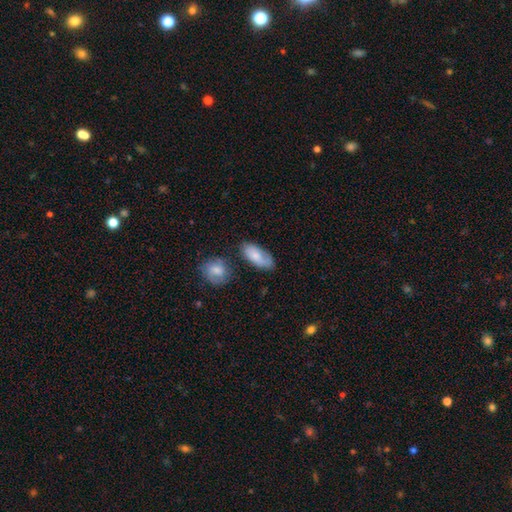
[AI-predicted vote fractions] This appears to be a smooth galaxy with no disk features (75%) that is in between round and cigar-shaped (88%). Merging: none (63%).